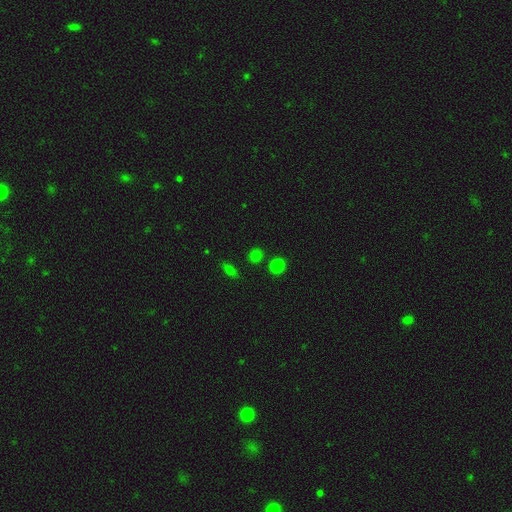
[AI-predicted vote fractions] Q: Smooth or featured?
A: smooth (78%); runner-up: star or artifact (17%)
Q: How rounded?
A: round (75%); runner-up: in between (23%)
Q: Merging?
A: none (83%); runner-up: minor disturbance (8%)